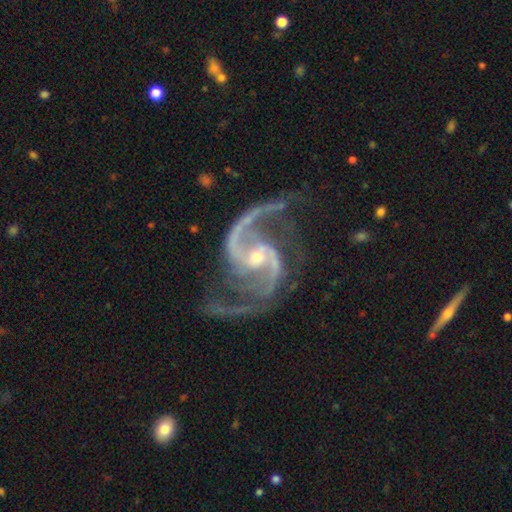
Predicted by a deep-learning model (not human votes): Smooth or featured? Predicted: featured or disk (p=0.94). Edge-on disk? Predicted: no (p=0.98). Bar? Predicted: weak (p=0.45). Spiral arms? Predicted: yes (p=0.99). Spiral winding? Predicted: medium (p=0.57). Spiral arm count? Predicted: 2 (p=0.90). Bulge size? Predicted: small (p=0.57). Merging? Predicted: none (p=0.69).